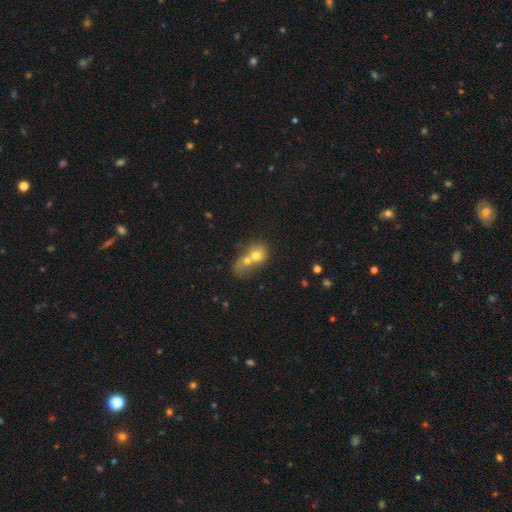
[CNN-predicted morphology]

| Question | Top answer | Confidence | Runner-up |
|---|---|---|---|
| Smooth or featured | smooth | 66% | featured or disk (23%) |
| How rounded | round | 60% | in between (38%) |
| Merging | merger | 79% | none (13%) |